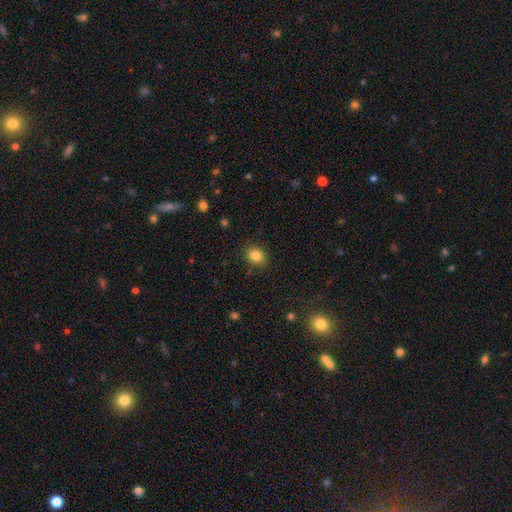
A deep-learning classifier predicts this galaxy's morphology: The model was most divided on "how rounded": round: 55%, in between: 44%, cigar-shaped: 1%. More confident: merging — none (86%); smooth or featured — smooth (85%).